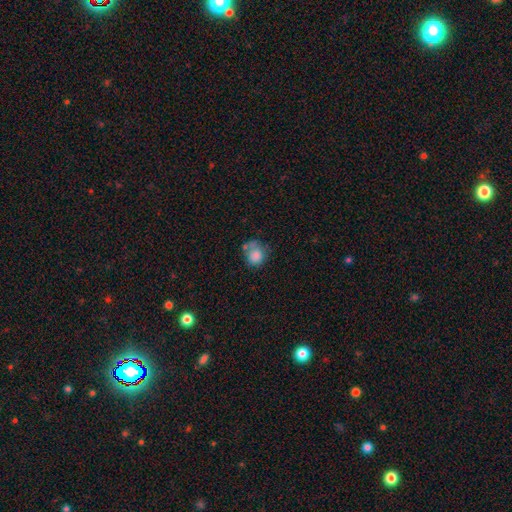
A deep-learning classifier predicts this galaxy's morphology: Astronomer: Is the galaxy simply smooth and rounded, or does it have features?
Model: smooth — 79%.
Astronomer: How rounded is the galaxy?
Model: round — 77%.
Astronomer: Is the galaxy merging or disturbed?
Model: none — 45% (runner-up: minor disturbance, 23%).